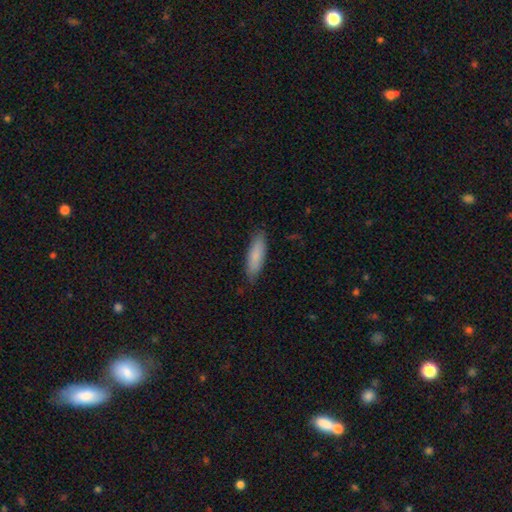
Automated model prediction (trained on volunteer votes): Smooth or featured: smooth — 84% (featured or disk — 10%)
How rounded: cigar-shaped — 59% (in between — 39%)
Merging: none — 85% (minor disturbance — 12%)